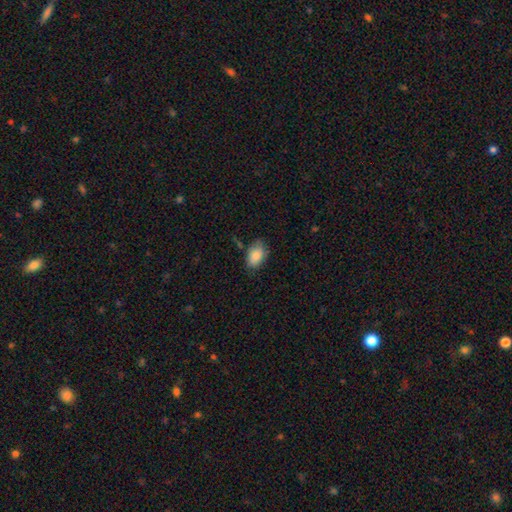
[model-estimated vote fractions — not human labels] smooth_or_featured: smooth (p=0.86) [alt: featured or disk p=0.07]
how_rounded: in between (p=0.89) [alt: round p=0.09]
merging: none (p=0.71) [alt: minor disturbance p=0.22]